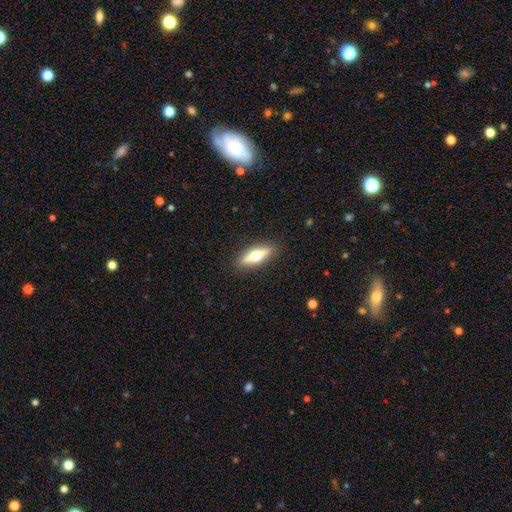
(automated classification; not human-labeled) Smooth or featured?
  - featured or disk: 59% *
  - smooth: 35%
  - star or artifact: 6%
Edge-on disk?
  - yes: 93% *
  - no: 7%
Edge-on bulge?
  - rounded: 95% *
  - boxy: 2%
  - none: 2%
Merging?
  - none: 90% *
  - minor disturbance: 7%
  - major disturbance: 2%
  - merger: 1%